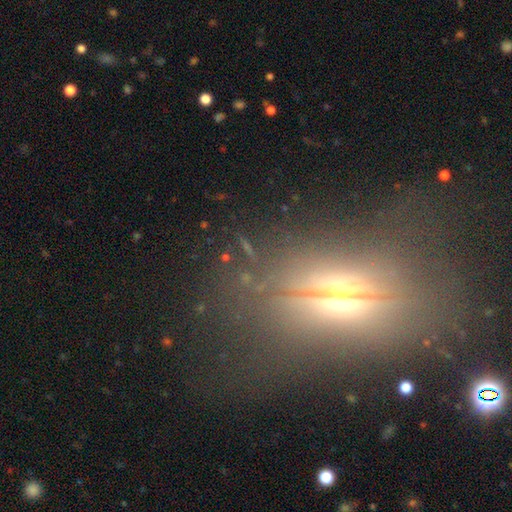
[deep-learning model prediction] Smooth or featured?
  - featured or disk: 54% *
  - star or artifact: 24%
  - smooth: 22%
Edge-on disk?
  - yes: 62% *
  - no: 38%
Merging?
  - none: 64% *
  - major disturbance: 17%
  - minor disturbance: 15%
  - merger: 3%